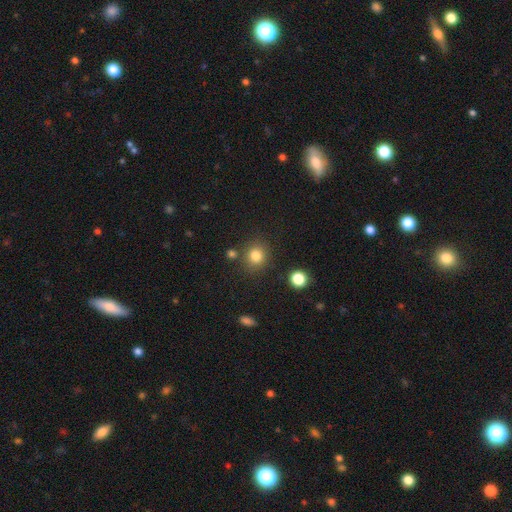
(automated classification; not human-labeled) smooth_or_featured: smooth (p=0.82) [alt: star or artifact p=0.13]
how_rounded: round (p=0.83) [alt: in between p=0.16]
merging: none (p=0.81) [alt: minor disturbance p=0.10]